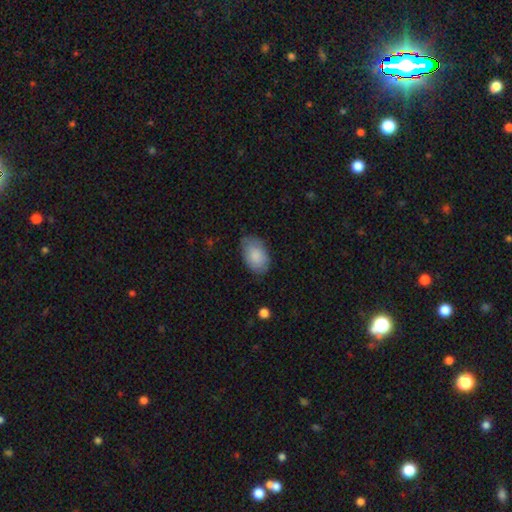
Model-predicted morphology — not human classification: smooth 85%, featured or disk 9%, star or artifact 6%. Down the decision tree: how rounded — in between (91%); merging — none (71%).